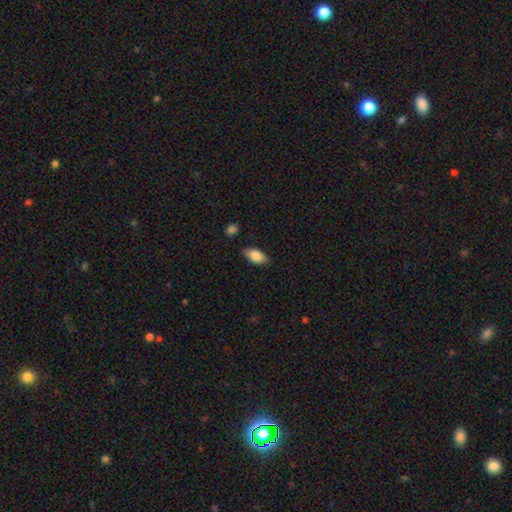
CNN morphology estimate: type=smooth (82%); roundness=in between (91%); merging=none (85%).